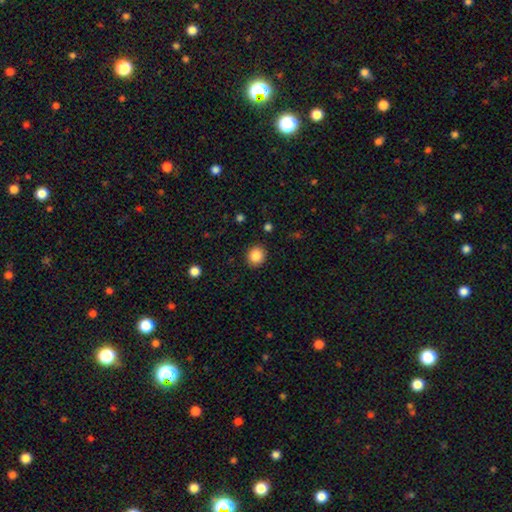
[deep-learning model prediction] This is clearly a smooth galaxy (86%). How rounded: clearly round (81%). Merging: clearly none (90%).